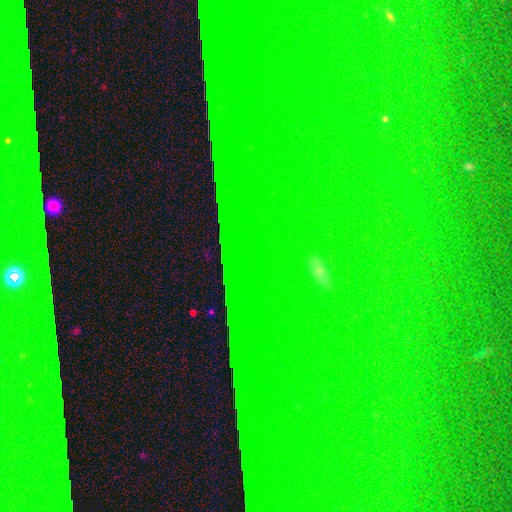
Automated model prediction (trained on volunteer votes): A star or artifact, not a galaxy (82%).